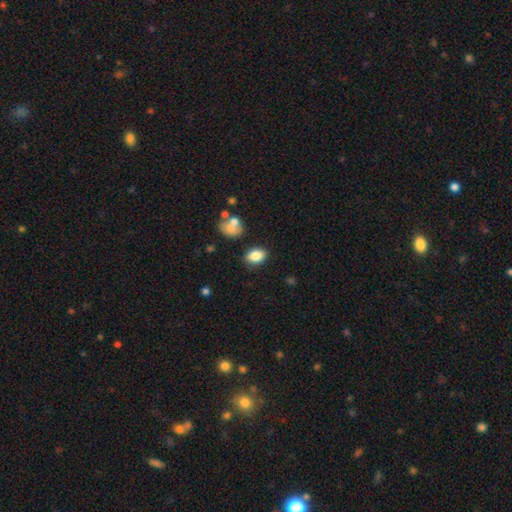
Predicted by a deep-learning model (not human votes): The model was most divided on "how rounded": in between: 79%, round: 20%, cigar-shaped: 2%. More confident: smooth or featured — smooth (83%); merging — none (81%).